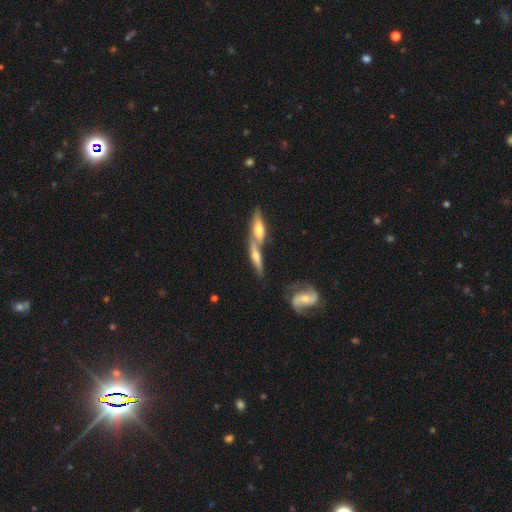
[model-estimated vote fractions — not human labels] Morphology: type=featured or disk (63%); edge-on=yes (77%); merging=merger (54%).